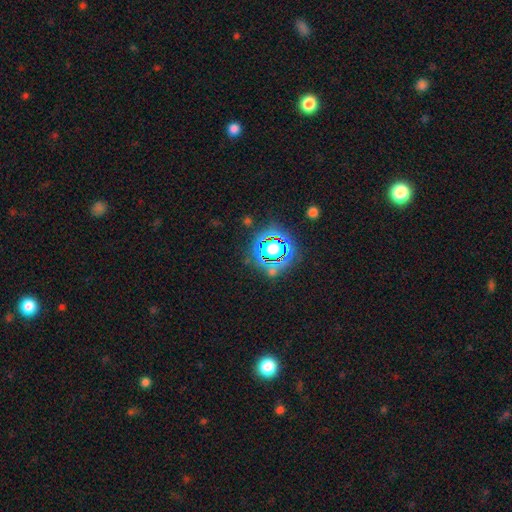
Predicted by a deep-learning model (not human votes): This is likely a star or artifact rather than a galaxy (78%).